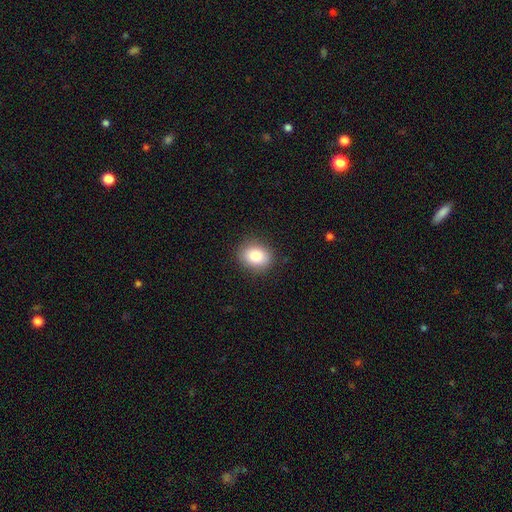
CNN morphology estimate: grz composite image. It shows a smooth galaxy with no disk features (84%) that is in between round and cigar-shaped (51%). Merging: none (87%).